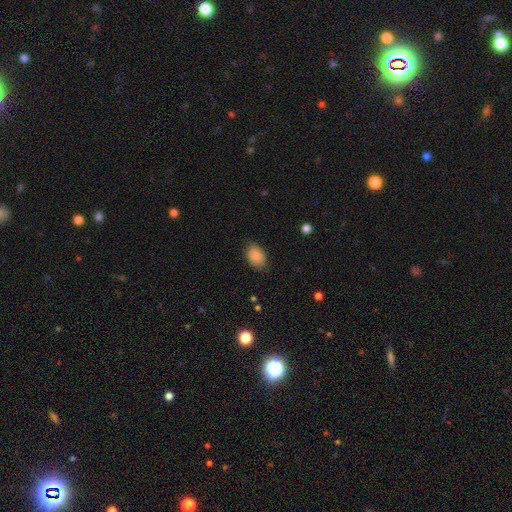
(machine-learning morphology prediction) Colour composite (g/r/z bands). It shows a smooth galaxy with no disk features (87%) that is in between round and cigar-shaped (85%). Merging: none (78%).